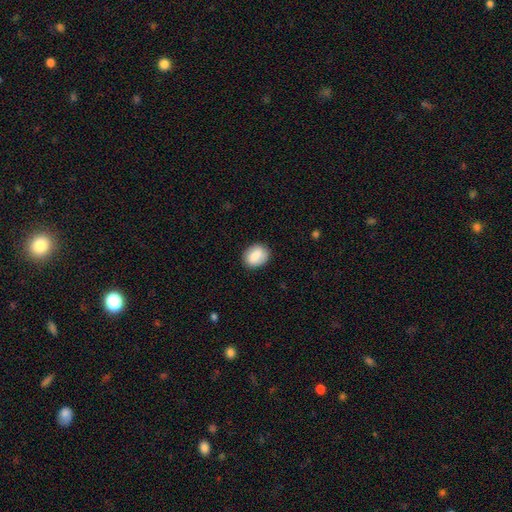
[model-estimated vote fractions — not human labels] Smooth or featured? smooth (82%)
How rounded? in between (60%)
Merging? none (83%)